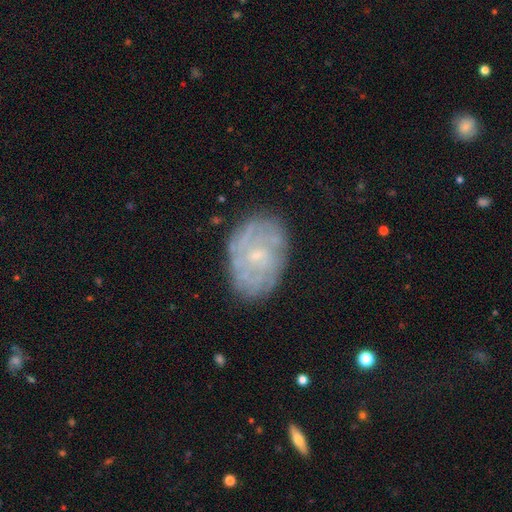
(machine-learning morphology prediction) Q: Smooth or featured?
A: featured or disk (65%); runner-up: smooth (26%)
Q: Edge-on disk?
A: no (96%); runner-up: yes (4%)
Q: Bar?
A: no (69%); runner-up: weak (27%)
Q: Spiral arms?
A: yes (71%); runner-up: no (29%)
Q: Bulge size?
A: small (70%); runner-up: moderate (21%)
Q: Merging?
A: none (76%); runner-up: minor disturbance (17%)